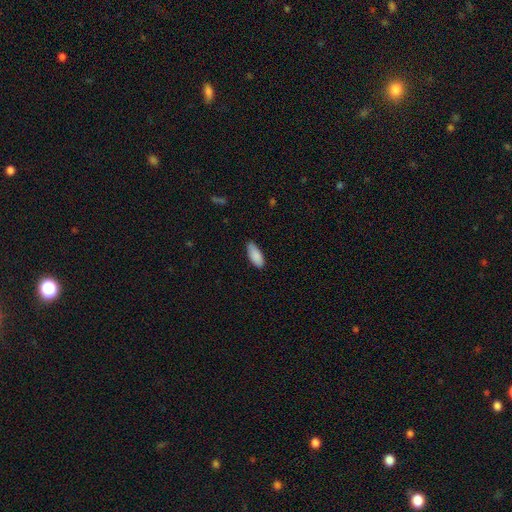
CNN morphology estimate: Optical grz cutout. It shows a smooth galaxy with no disk features (89%) that is in between round and cigar-shaped (81%). Merging: none (79%).